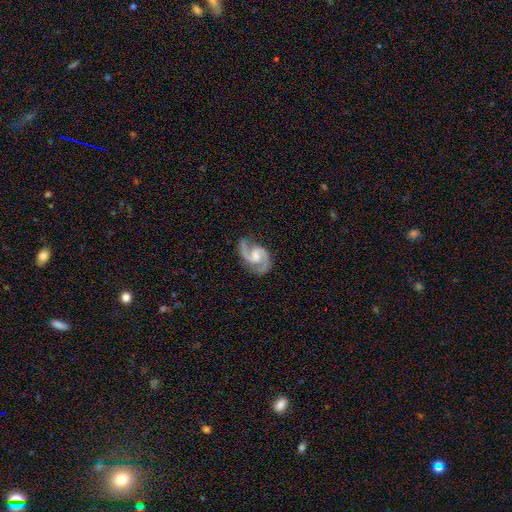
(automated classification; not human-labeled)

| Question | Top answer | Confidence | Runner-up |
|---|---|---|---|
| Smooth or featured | featured or disk | 92% | smooth (4%) |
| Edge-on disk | no | 98% | yes (2%) |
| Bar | no | 48% | weak (43%) |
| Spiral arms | yes | 98% | no (2%) |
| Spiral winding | medium | 63% | loose (19%) |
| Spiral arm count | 2 | 94% | 1 (2%) |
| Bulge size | moderate | 47% | small (31%) |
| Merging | none | 76% | minor disturbance (16%) |